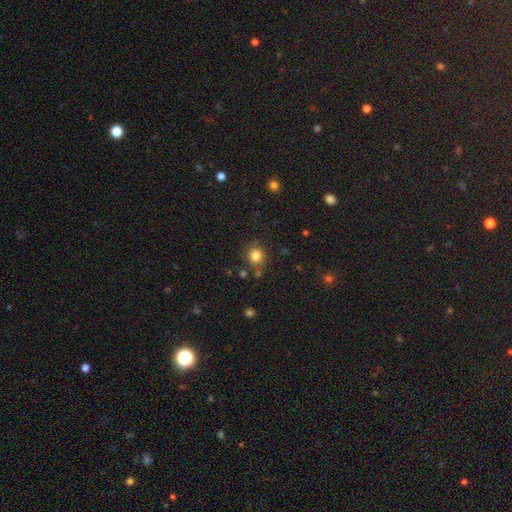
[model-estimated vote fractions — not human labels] This appears to be a smooth galaxy with no disk features (82%) that is round (87%). Merging: none (77%).